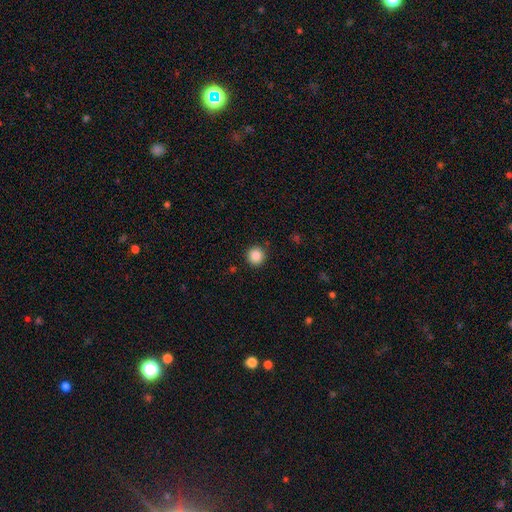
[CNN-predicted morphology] smooth 87%, star or artifact 10%, featured or disk 4%. Down the decision tree: how rounded — round (95%); merging — none (91%).